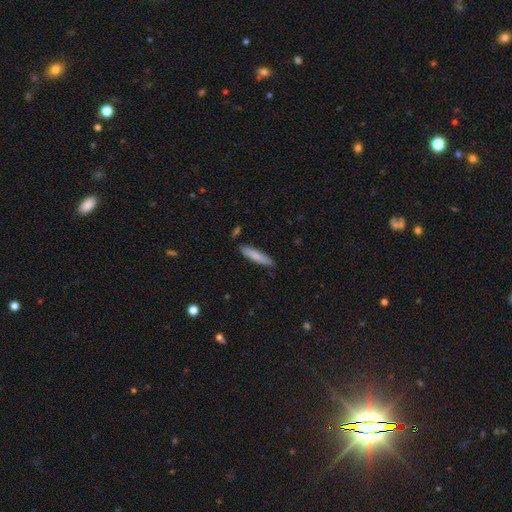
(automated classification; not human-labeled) smooth_or_featured: smooth (p=0.80) [alt: featured or disk p=0.14]
how_rounded: cigar-shaped (p=0.82) [alt: in between p=0.16]
merging: none (p=0.86) [alt: minor disturbance p=0.10]